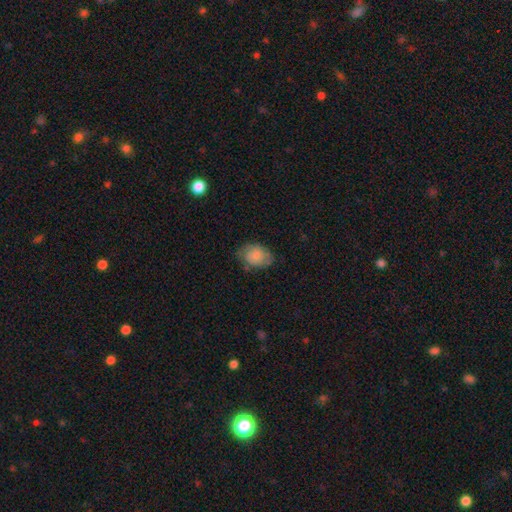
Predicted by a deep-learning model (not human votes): A smooth galaxy with no disk features (71%) that is in between round and cigar-shaped (76%).

Vote fractions:
- Smooth or featured? smooth: 71% / featured or disk: 21% / star or artifact: 7%
- How rounded? in between: 76% / round: 23% / cigar-shaped: 1%
- Merging? none: 63% / minor disturbance: 28% / major disturbance: 8% / merger: 2%